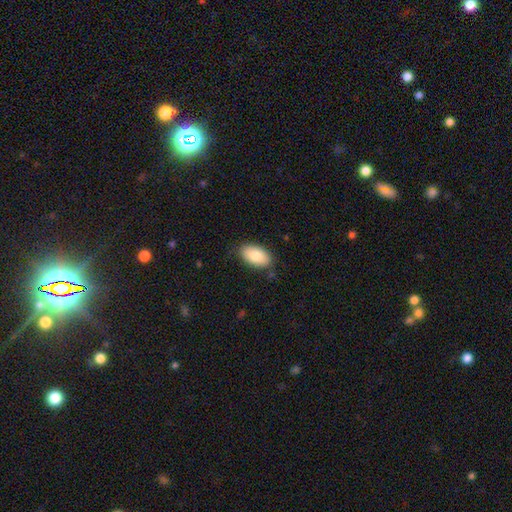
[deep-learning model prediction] smooth 84%, featured or disk 9%, star or artifact 6%. Down the decision tree: how rounded — in between (95%); merging — none (83%).